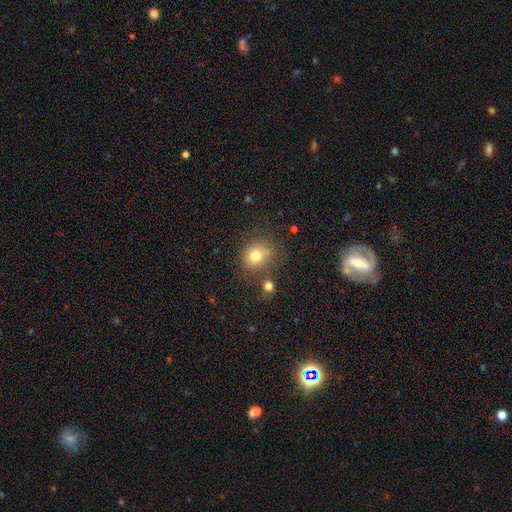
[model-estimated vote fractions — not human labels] Smooth or featured?
  - smooth: 76% *
  - star or artifact: 14%
  - featured or disk: 10%
How rounded?
  - round: 81% *
  - in between: 18%
  - cigar-shaped: 1%
Merging?
  - none: 67% *
  - minor disturbance: 14%
  - merger: 14%
  - major disturbance: 6%